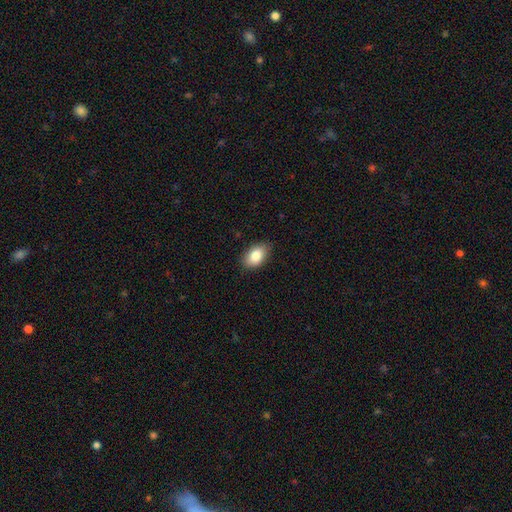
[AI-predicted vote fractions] The model was most divided on "merging": none: 84%, minor disturbance: 12%, major disturbance: 2%, merger: 1%. More confident: how rounded — in between (90%); smooth or featured — smooth (84%).